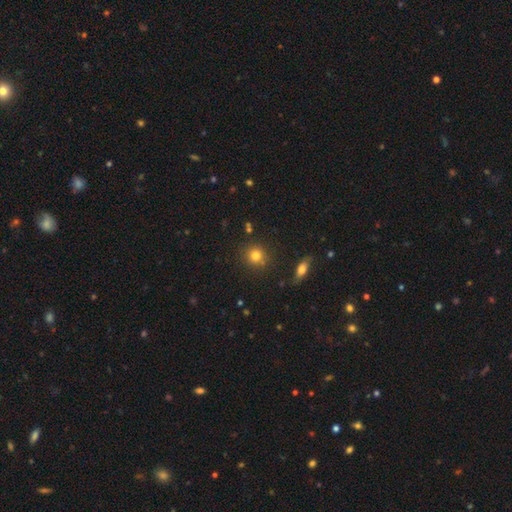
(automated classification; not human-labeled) Smooth or featured? smooth (81%)
How rounded? round (89%)
Merging? none (83%)